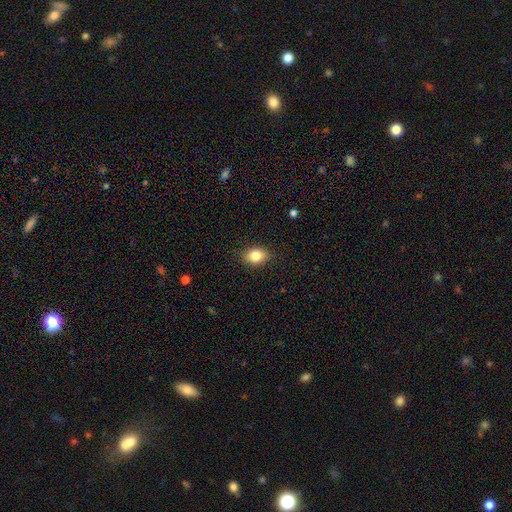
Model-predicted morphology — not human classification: Smooth or featured? Predicted: smooth (p=0.84). How rounded? Predicted: in between (p=0.71). Merging? Predicted: none (p=0.87).